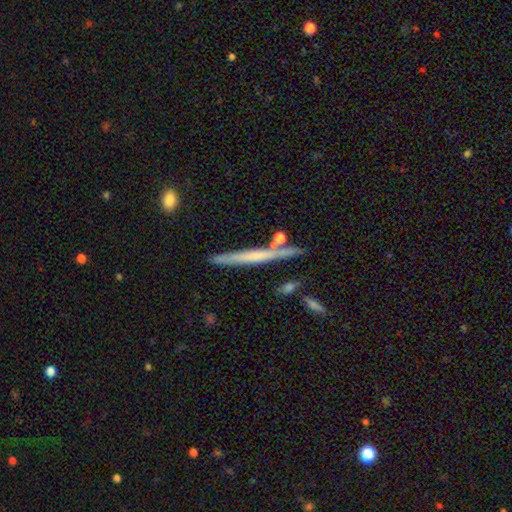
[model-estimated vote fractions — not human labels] This appears to be a featured or disk galaxy (49%). Merging: none (82%).